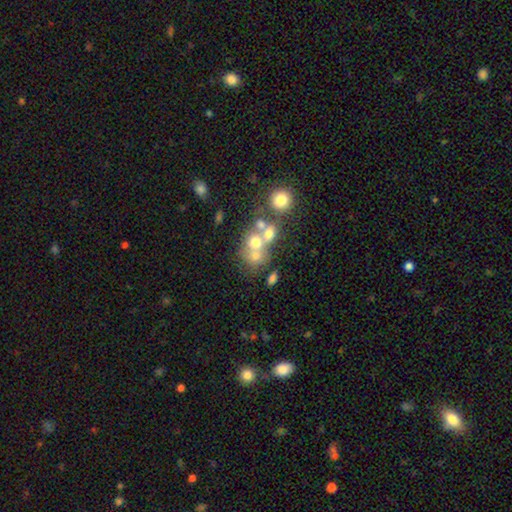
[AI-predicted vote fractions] A smooth galaxy with no disk features (58%) that is round (69%).

Vote fractions:
- Smooth or featured? smooth: 58% / featured or disk: 26% / star or artifact: 16%
- How rounded? round: 69% / in between: 30% / cigar-shaped: 1%
- Merging? merger: 53% / none: 31% / minor disturbance: 8% / major disturbance: 7%